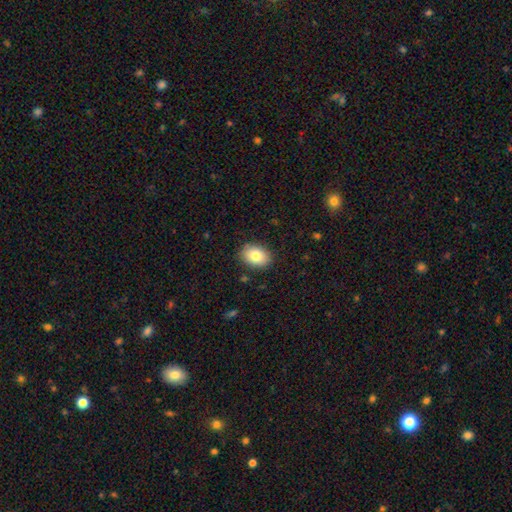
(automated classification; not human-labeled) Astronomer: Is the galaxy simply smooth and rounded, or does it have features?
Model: smooth — 82%.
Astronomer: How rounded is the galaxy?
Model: in between — 74%.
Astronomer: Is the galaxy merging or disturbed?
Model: none — 87%.